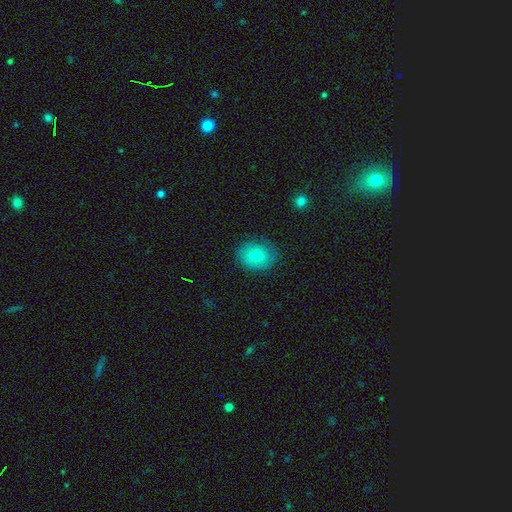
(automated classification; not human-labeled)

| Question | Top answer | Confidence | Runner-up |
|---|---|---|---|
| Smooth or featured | smooth | 71% | featured or disk (19%) |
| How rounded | in between | 56% | round (43%) |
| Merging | none | 81% | minor disturbance (14%) |